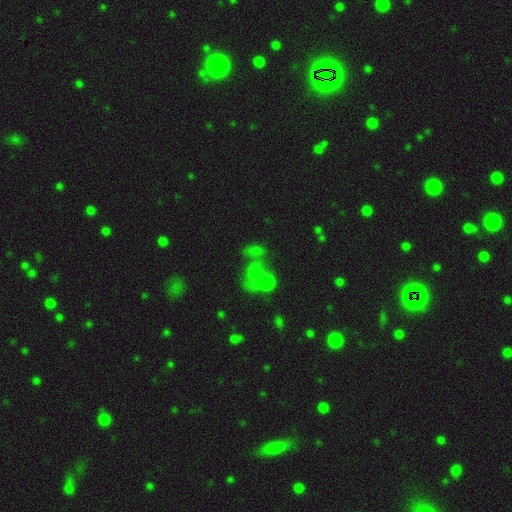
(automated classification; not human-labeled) smooth_or_featured: smooth (p=0.50) [alt: star or artifact p=0.29]
how_rounded: in between (p=0.48) [tied with: round p=0.48]
merging: merger (p=0.40) [alt: none p=0.28]